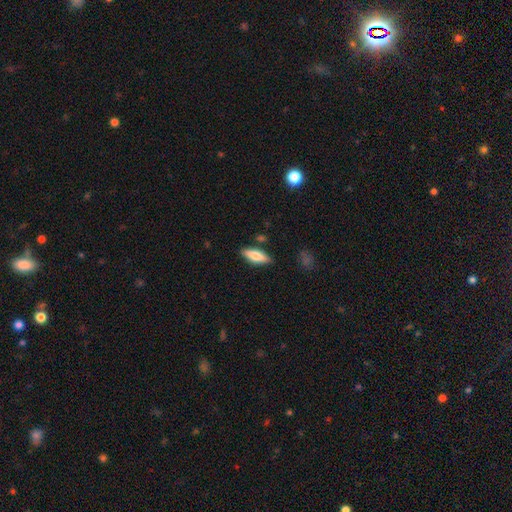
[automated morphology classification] A smooth galaxy with no disk features (71%) that is in between round and cigar-shaped (57%). Merging: none (83%).